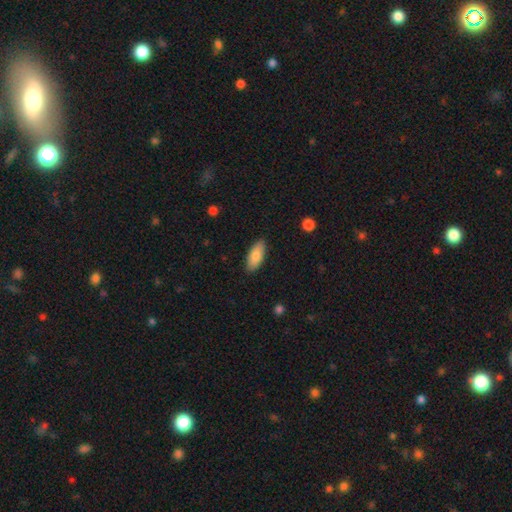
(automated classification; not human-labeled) smooth_or_featured: smooth (p=0.84) [alt: featured or disk p=0.10]
how_rounded: in between (p=0.83) [alt: cigar-shaped p=0.15]
merging: none (p=0.88) [alt: minor disturbance p=0.09]